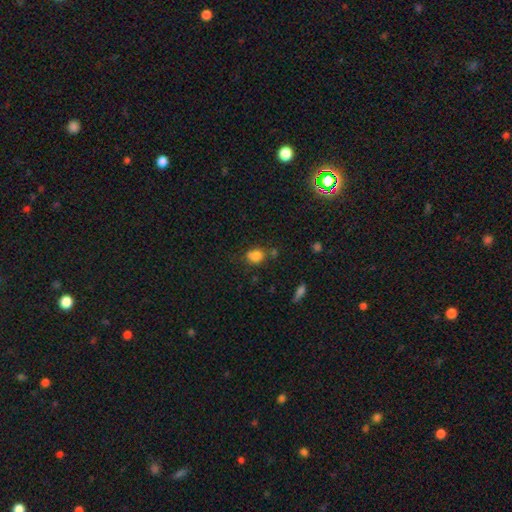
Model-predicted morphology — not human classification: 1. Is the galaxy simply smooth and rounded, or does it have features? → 81% smooth, 12% star or artifact, 8% featured or disk.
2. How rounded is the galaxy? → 56% round, 43% in between, 1% cigar-shaped.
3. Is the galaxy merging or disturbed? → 60% none, 21% minor disturbance, 13% merger, 6% major disturbance.